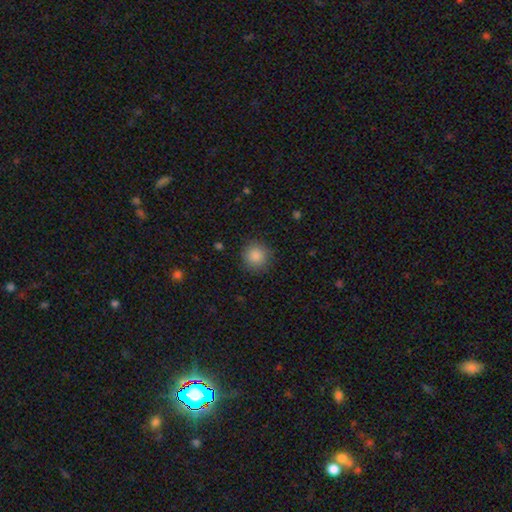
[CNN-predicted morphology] Smooth or featured: smooth — 86% (star or artifact — 10%)
How rounded: round — 94% (in between — 5%)
Merging: none — 89% (minor disturbance — 7%)